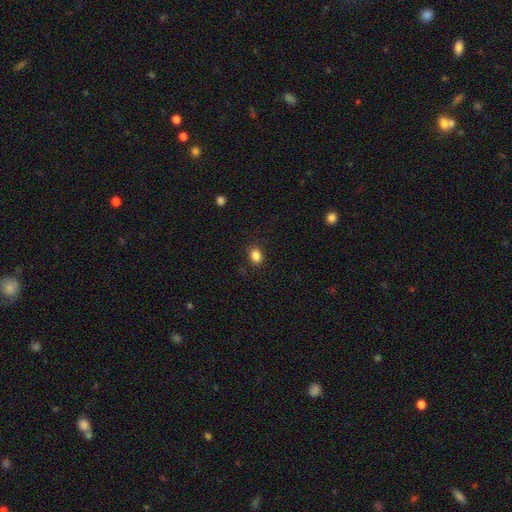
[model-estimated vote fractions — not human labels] smooth-or-featured: smooth: 85% | star or artifact: 11% | featured or disk: 4%
  how-rounded: in between: 55% | round: 44% | cigar-shaped: 1%
  merging: none: 88% | minor disturbance: 9% | major disturbance: 2% | merger: 1%